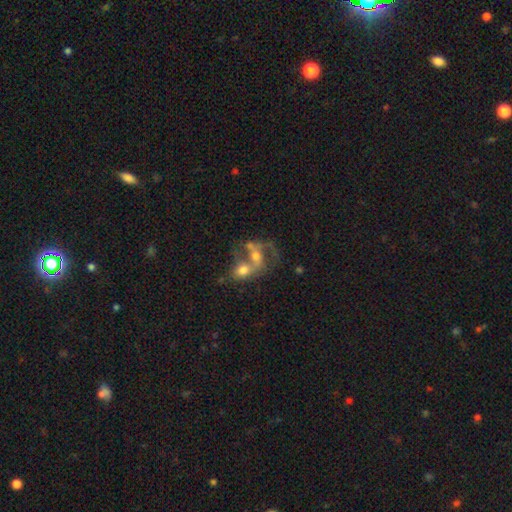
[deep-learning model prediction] Smooth or featured?
  - featured or disk: 55% *
  - smooth: 34%
  - star or artifact: 11%
Edge-on disk?
  - no: 96% *
  - yes: 4%
Bar?
  - no: 60% *
  - weak: 28%
  - strong: 12%
Spiral arms?
  - yes: 59% *
  - no: 41%
Bulge size?
  - moderate: 53% *
  - small: 22%
  - large: 14%
  - none: 8%
  - dominant: 2%
Merging?
  - merger: 64% *
  - none: 17%
  - major disturbance: 10%
  - minor disturbance: 8%